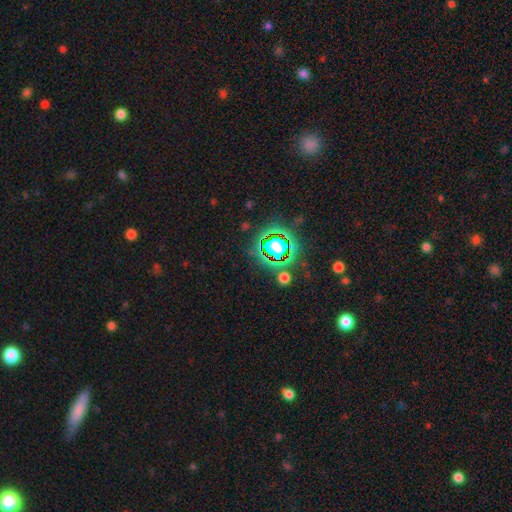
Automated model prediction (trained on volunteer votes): The model was most divided on "smooth or featured": star or artifact: 81%, smooth: 12%, featured or disk: 7%.